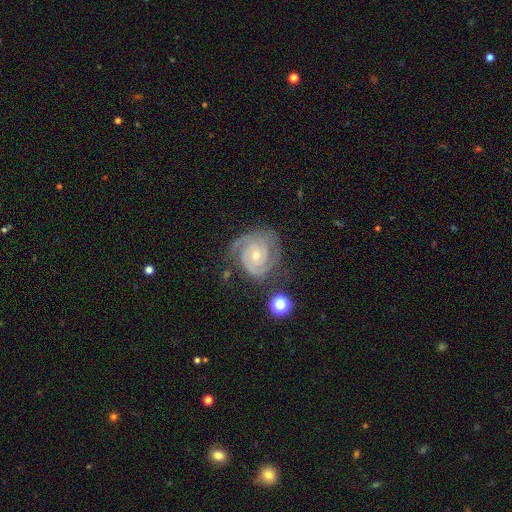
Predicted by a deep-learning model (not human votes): Smooth or featured? featured or disk (90%)
Edge-on disk? no (98%)
Bar? no (67%)
Spiral arms? yes (98%)
Spiral winding? tight (74%)
Spiral arm count? 2 (61%)
Bulge size? small (58%)
Merging? none (72%)